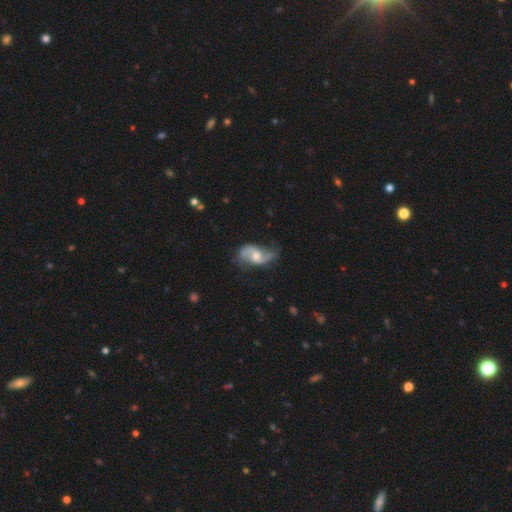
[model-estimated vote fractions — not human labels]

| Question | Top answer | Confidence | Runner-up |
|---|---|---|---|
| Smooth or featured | featured or disk | 85% | smooth (10%) |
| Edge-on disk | no | 97% | yes (3%) |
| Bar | no | 49% | weak (42%) |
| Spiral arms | yes | 95% | no (5%) |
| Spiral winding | loose | 57% | medium (34%) |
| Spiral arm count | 2 | 91% | can't tell (3%) |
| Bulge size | moderate | 61% | small (26%) |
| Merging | none | 64% | minor disturbance (23%) |